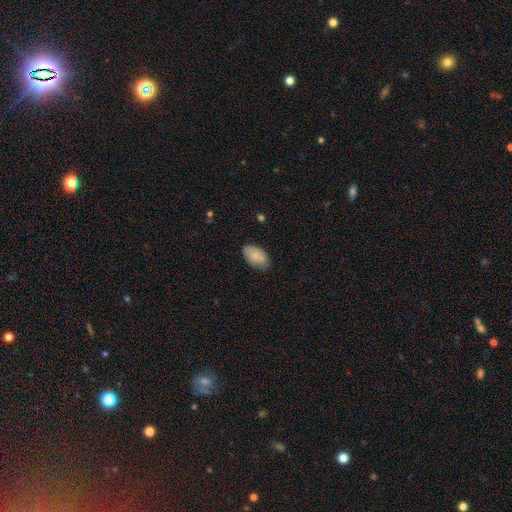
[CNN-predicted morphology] This appears to be a smooth galaxy with no disk features (78%) that is in between round and cigar-shaped (94%). Merging: none (74%).